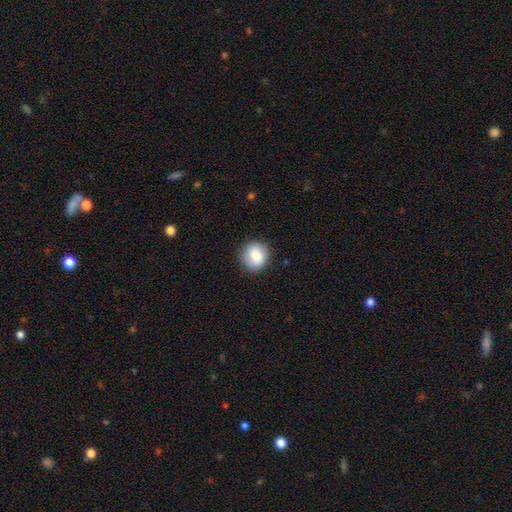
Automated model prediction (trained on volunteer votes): Smooth or featured: smooth — 81% (featured or disk — 11%)
How rounded: round — 89% (in between — 10%)
Merging: none — 86% (minor disturbance — 10%)